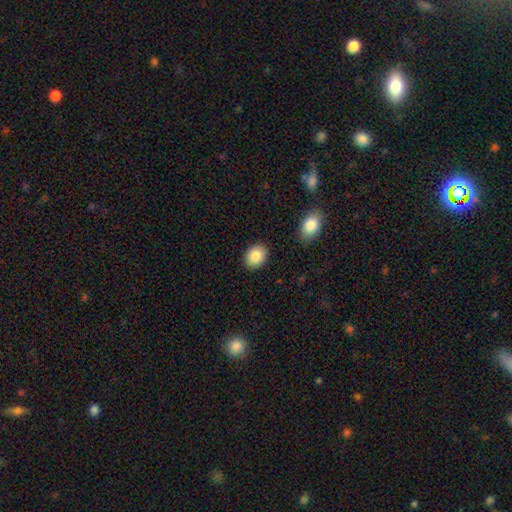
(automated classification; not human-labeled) smooth_or_featured: smooth (p=0.86) [alt: star or artifact p=0.08]
how_rounded: in between (p=0.56) [alt: round p=0.43]
merging: none (p=0.88) [alt: minor disturbance p=0.08]